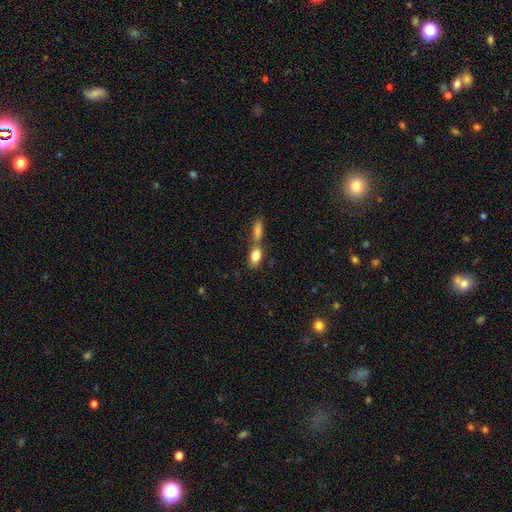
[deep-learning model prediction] The model was most divided on "merging": none: 45%, merger: 41%, minor disturbance: 10%, major disturbance: 4%. More confident: how rounded — in between (83%); smooth or featured — smooth (82%).